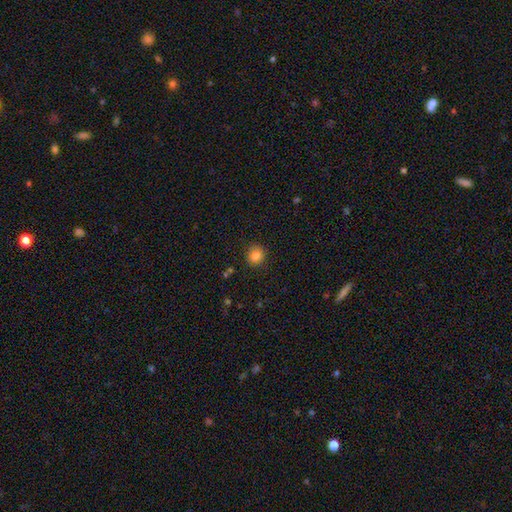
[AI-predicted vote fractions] The model was most divided on "how rounded": round: 85%, in between: 14%, cigar-shaped: 1%. More confident: merging — none (87%); smooth or featured — smooth (85%).